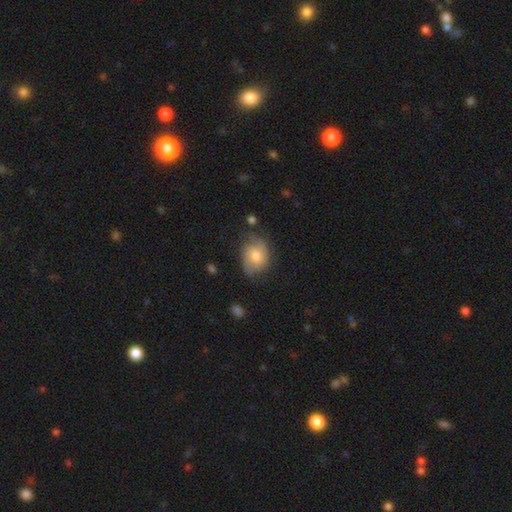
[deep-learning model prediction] This appears to be a smooth galaxy with no disk features (59%) that is in between round and cigar-shaped (57%). Merging: none (59%).